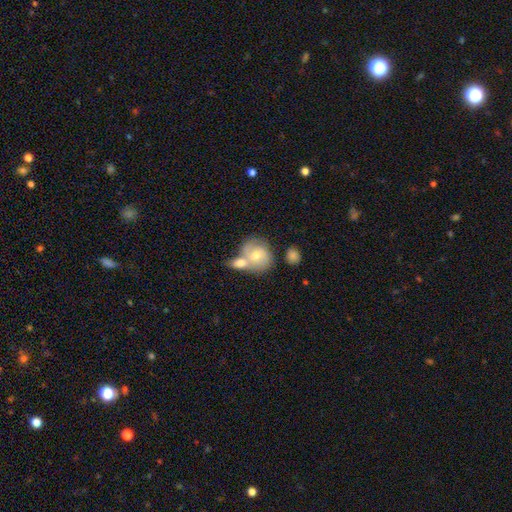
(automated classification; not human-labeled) Smooth or featured?
  - smooth: 49% *
  - featured or disk: 44%
  - star or artifact: 7%
Merging?
  - merger: 53% *
  - none: 30%
  - minor disturbance: 12%
  - major disturbance: 5%